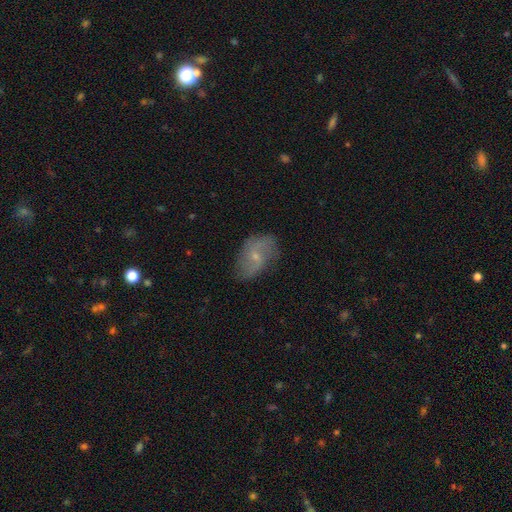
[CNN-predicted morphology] A featured or disk galaxy (64%) with no bar (54%), 2 (73%) loose (49%) spiral arms (87%) and a small central bulge (69%). Merging: none (70%).